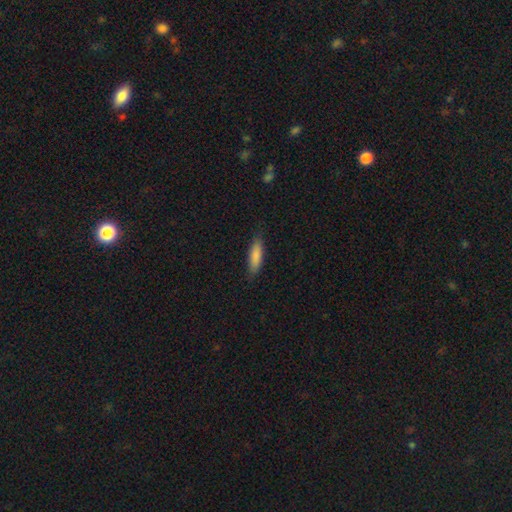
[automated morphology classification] A smooth galaxy with no disk features (86%) that is cigar-shaped (57%). Merging: none (84%).